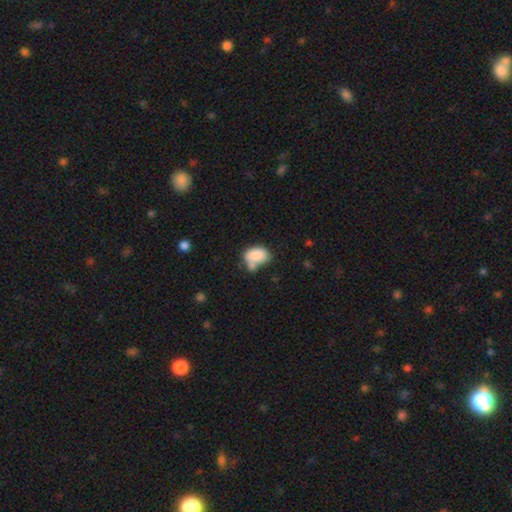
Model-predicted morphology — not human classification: Overall: smooth (81%). How rounded: in between (82%). Merging: none (37%; merger 31%).